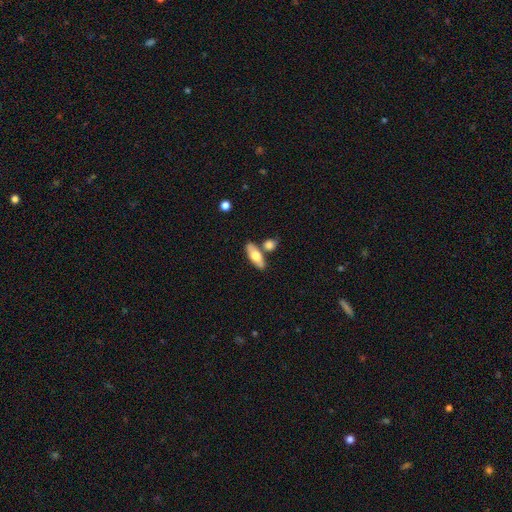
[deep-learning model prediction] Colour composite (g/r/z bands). It shows a smooth galaxy with no disk features (62%) that is in between round and cigar-shaped (72%). Merging: none (69%).